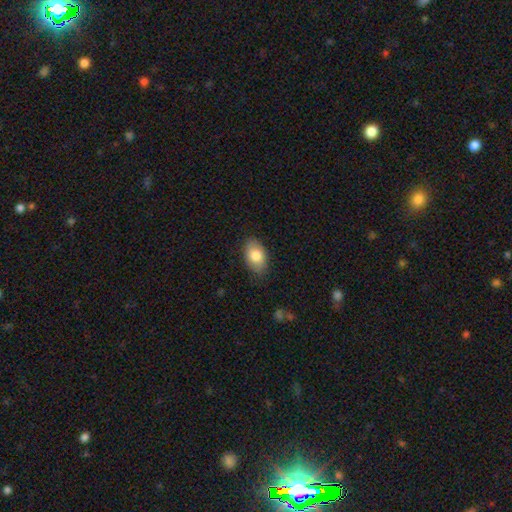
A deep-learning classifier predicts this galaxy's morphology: type=smooth (80%); roundness=in between (90%); merging=none (82%).